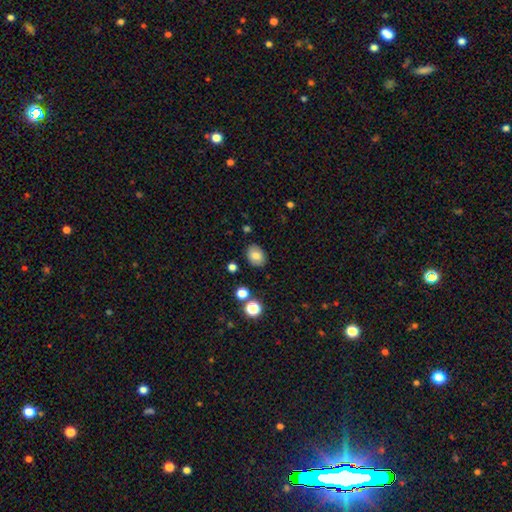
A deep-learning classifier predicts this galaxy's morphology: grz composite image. It shows a smooth galaxy with no disk features (80%) that is in between round and cigar-shaped (65%). Merging: none (85%).